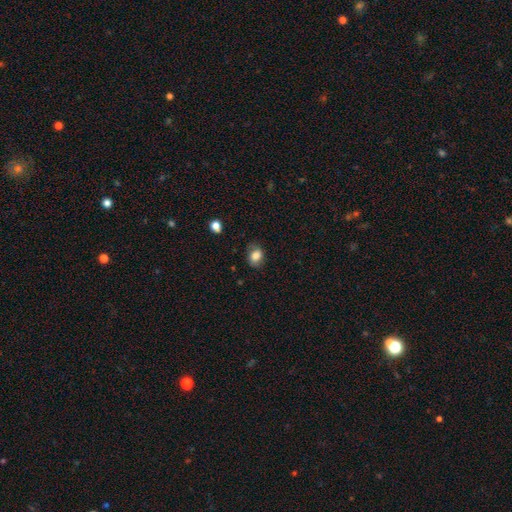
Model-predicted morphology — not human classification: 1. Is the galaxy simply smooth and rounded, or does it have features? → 79% smooth, 11% featured or disk, 9% star or artifact.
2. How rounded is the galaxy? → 61% in between, 37% round, 1% cigar-shaped.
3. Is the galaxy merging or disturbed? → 70% none, 22% minor disturbance, 6% major disturbance, 1% merger.